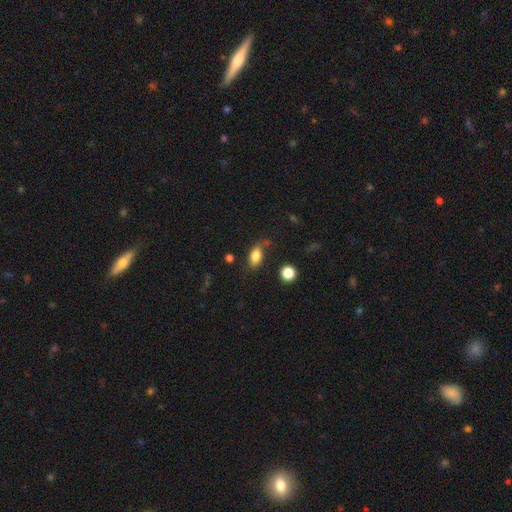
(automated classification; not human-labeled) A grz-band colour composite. It shows a smooth galaxy with no disk features (80%) that is in between round and cigar-shaped (85%). Merging: none (62%).